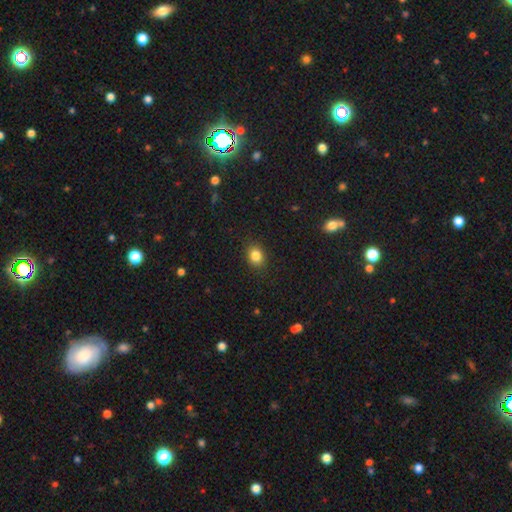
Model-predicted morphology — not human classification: type=smooth (85%); roundness=in between (51%); merging=none (88%).